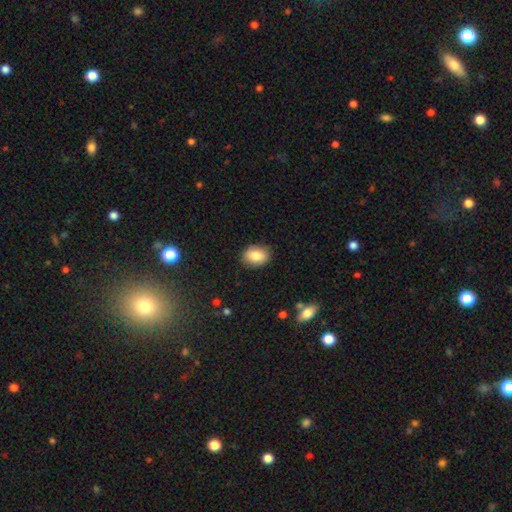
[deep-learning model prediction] smooth-or-featured: smooth: 84% | featured or disk: 8% | star or artifact: 8%
  how-rounded: in between: 74% | round: 25% | cigar-shaped: 1%
  merging: none: 87% | minor disturbance: 10% | major disturbance: 2% | merger: 1%